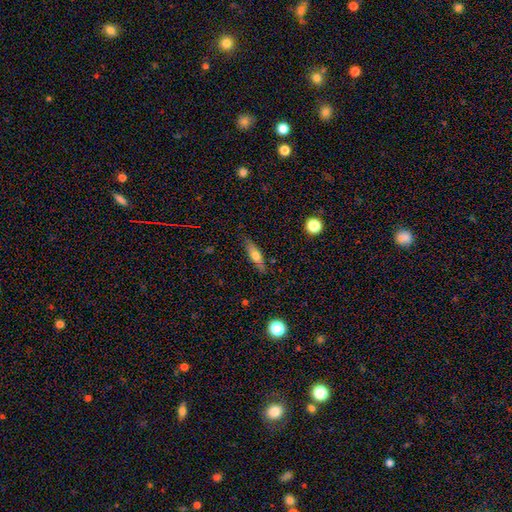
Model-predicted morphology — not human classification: This appears to be a smooth galaxy with no disk features (54%) that is cigar-shaped (63%). Merging: none (82%).